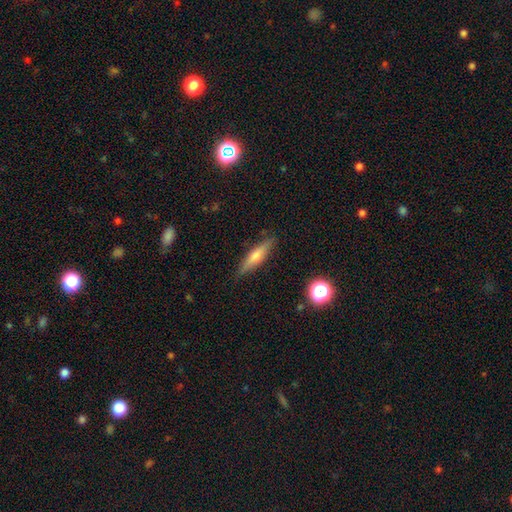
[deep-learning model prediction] The model was most divided on "smooth or featured": featured or disk: 47%, smooth: 45%, star or artifact: 9%. More confident: merging — none (89%).